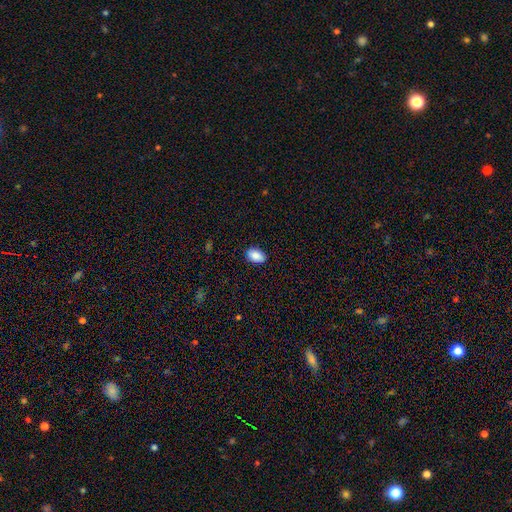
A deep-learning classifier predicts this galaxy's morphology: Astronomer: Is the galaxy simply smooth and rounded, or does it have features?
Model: smooth — 89%.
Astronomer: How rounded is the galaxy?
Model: in between — 92%.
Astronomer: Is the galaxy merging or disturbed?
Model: none — 88%.